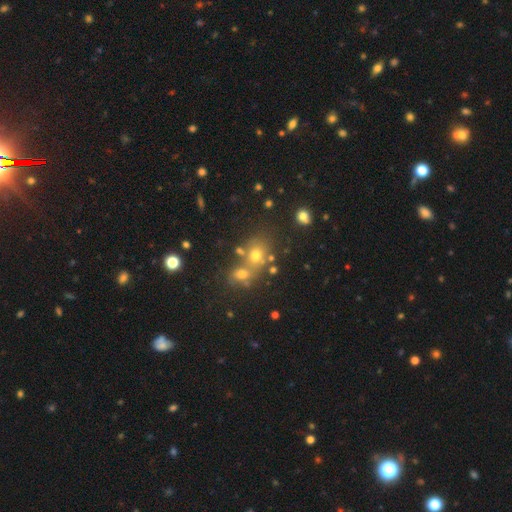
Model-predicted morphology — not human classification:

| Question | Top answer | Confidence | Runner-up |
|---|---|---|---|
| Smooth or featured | smooth | 57% | star or artifact (27%) |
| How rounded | round | 73% | in between (26%) |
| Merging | merger | 47% | none (42%) |